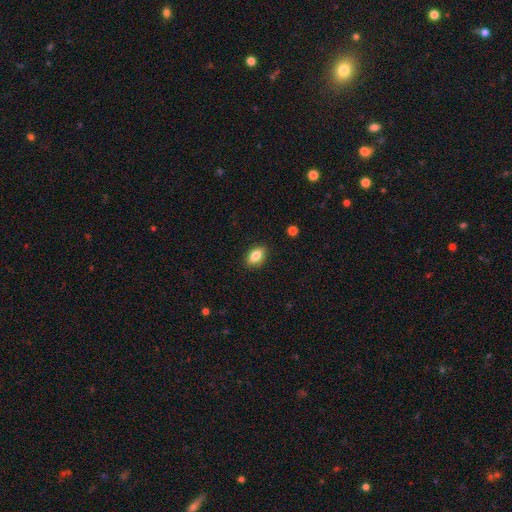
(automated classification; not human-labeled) Smooth or featured: smooth — 83% (featured or disk — 9%)
How rounded: in between — 88% (round — 9%)
Merging: none — 88% (minor disturbance — 9%)